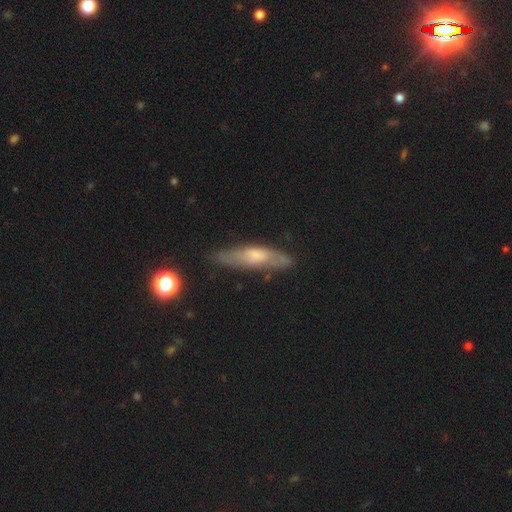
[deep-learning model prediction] This appears to be a smooth galaxy with no disk features (46%, tied with featured or disk). Merging: none (73%).